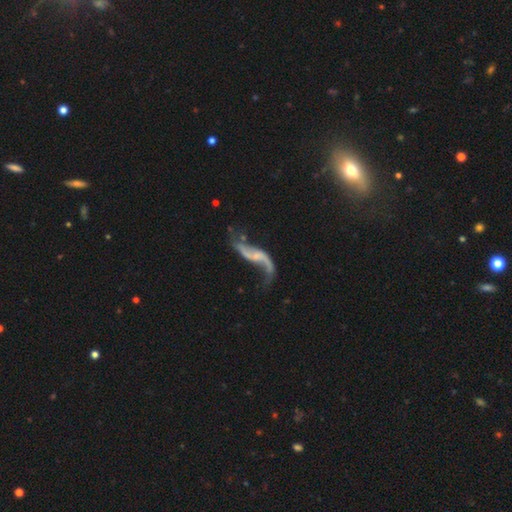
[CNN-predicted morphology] Smooth or featured?
  - featured or disk: 85% *
  - smooth: 9%
  - star or artifact: 6%
Edge-on disk?
  - no: 92% *
  - yes: 8%
Bar?
  - no: 51% *
  - weak: 35%
  - strong: 14%
Spiral arms?
  - yes: 91% *
  - no: 9%
Spiral winding?
  - loose: 93% *
  - medium: 5%
  - tight: 2%
Spiral arm count?
  - 2: 87% *
  - 1: 8%
  - can't tell: 2%
  - 3: 1%
  - 4: 1%
  - more than 4: 1%
Bulge size?
  - small: 52% *
  - none: 33%
  - moderate: 13%
  - large: 2%
  - dominant: 1%
Merging?
  - none: 48% *
  - major disturbance: 24%
  - minor disturbance: 21%
  - merger: 8%